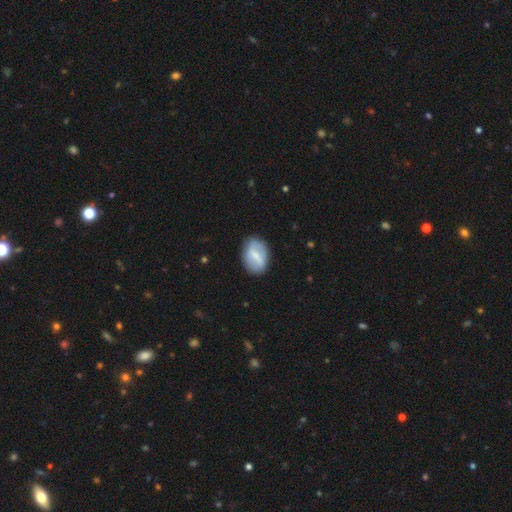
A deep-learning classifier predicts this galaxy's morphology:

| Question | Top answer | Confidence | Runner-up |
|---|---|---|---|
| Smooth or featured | smooth | 49% | featured or disk (45%) |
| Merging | none | 82% | minor disturbance (13%) |